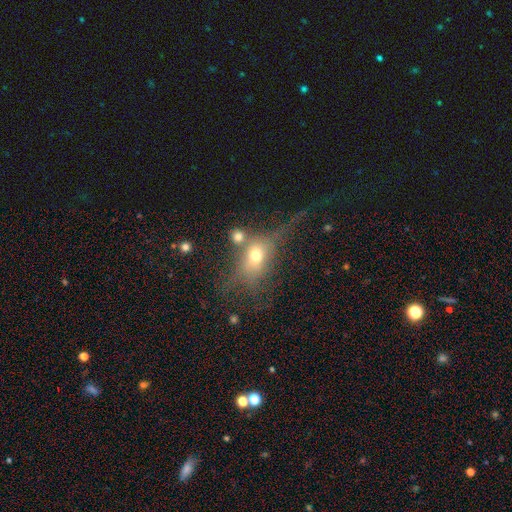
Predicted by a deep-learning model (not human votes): Smooth or featured?
  - smooth: 51% *
  - featured or disk: 32%
  - star or artifact: 16%
How rounded?
  - in between: 60% *
  - round: 33%
  - cigar-shaped: 8%
Merging?
  - major disturbance: 33% *
  - none: 30%
  - merger: 20%
  - minor disturbance: 17%